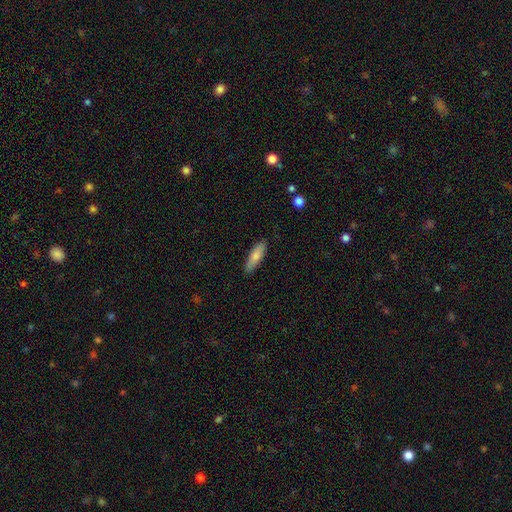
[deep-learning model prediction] This is likely a smooth galaxy (77%). How rounded: possibly cigar-shaped (58%). Merging: clearly none (87%).